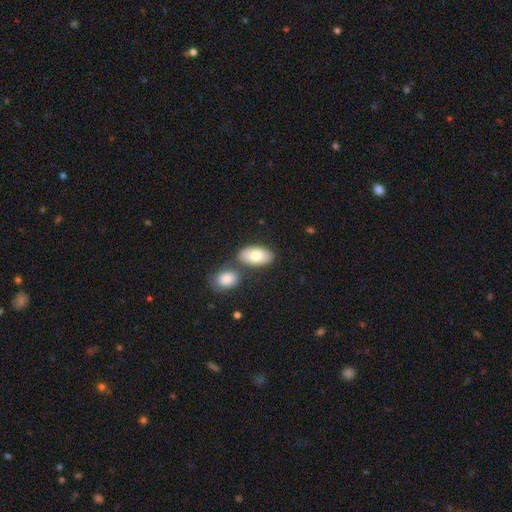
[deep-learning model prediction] A smooth galaxy with no disk features (77%) that is in between round and cigar-shaped (94%).

Vote fractions:
- Smooth or featured? smooth: 77% / featured or disk: 17% / star or artifact: 6%
- How rounded? in between: 94% / round: 4% / cigar-shaped: 2%
- Merging? none: 66% / merger: 20% / minor disturbance: 11% / major disturbance: 3%